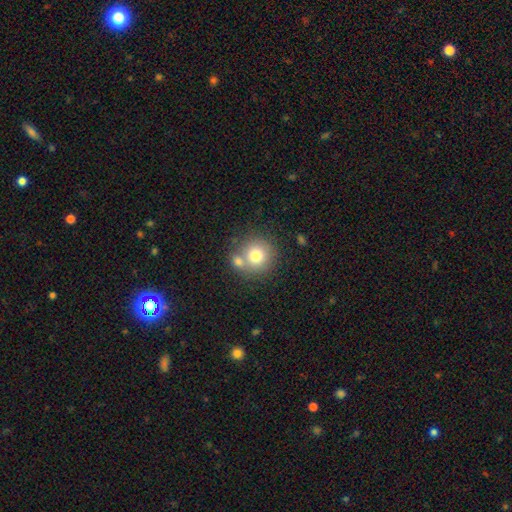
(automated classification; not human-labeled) Q: Smooth or featured?
A: smooth (77%); runner-up: featured or disk (14%)
Q: How rounded?
A: round (91%); runner-up: in between (8%)
Q: Merging?
A: none (56%); runner-up: merger (30%)